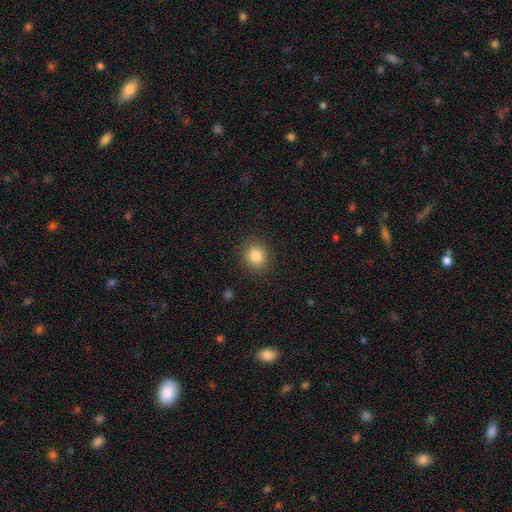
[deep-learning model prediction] This appears to be a smooth galaxy with no disk features (84%) that is round (76%). Merging: none (89%).